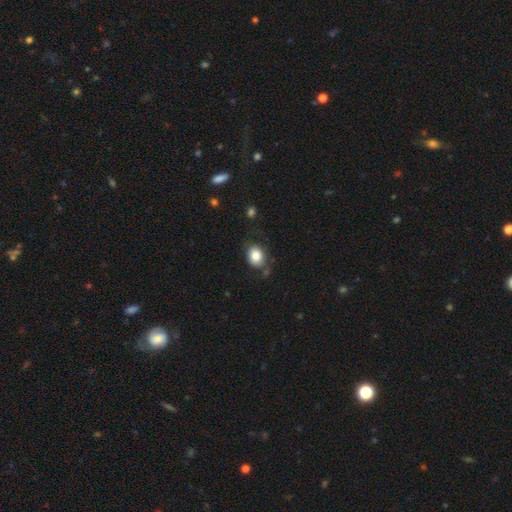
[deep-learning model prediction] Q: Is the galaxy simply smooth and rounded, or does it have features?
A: smooth — 83%.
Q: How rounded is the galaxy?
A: in between — 56%.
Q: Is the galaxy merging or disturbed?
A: none — 72%.